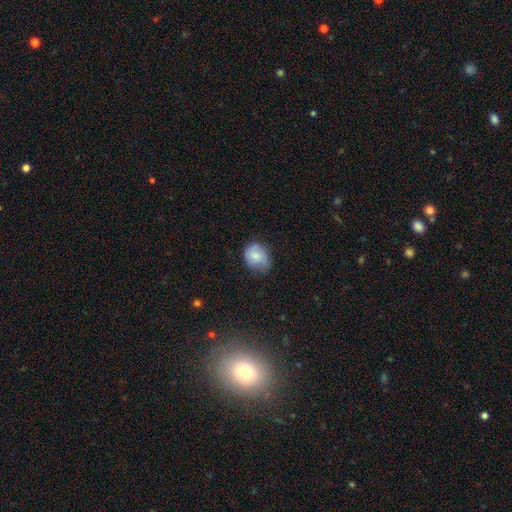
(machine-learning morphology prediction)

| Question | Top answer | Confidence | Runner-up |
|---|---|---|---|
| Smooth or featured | smooth | 75% | featured or disk (18%) |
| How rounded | round | 51% | in between (48%) |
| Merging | none | 62% | minor disturbance (31%) |